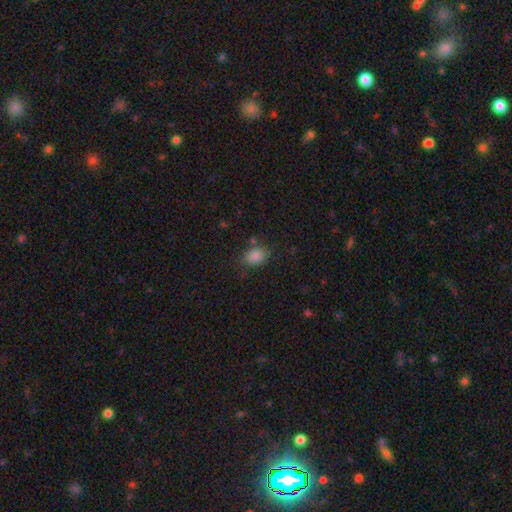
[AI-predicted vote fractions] Smooth or featured: smooth — 86% (star or artifact — 10%)
How rounded: in between — 67% (round — 32%)
Merging: none — 73% (minor disturbance — 17%)